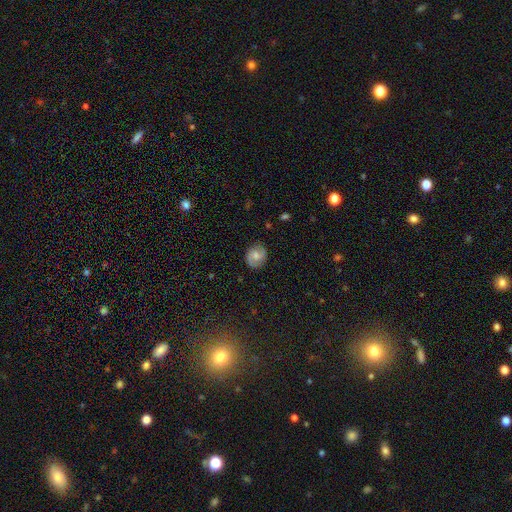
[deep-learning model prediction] A featured or disk galaxy (51%). Merging: none (83%).